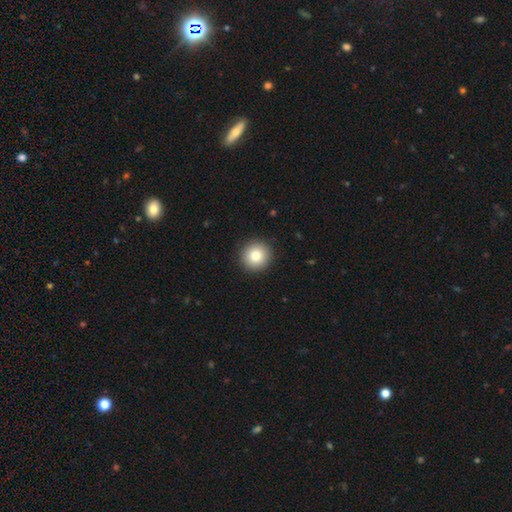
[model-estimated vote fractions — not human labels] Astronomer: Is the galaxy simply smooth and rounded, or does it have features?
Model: smooth — 82%.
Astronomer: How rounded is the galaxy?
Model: round — 94%.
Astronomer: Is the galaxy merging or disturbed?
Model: none — 92%.